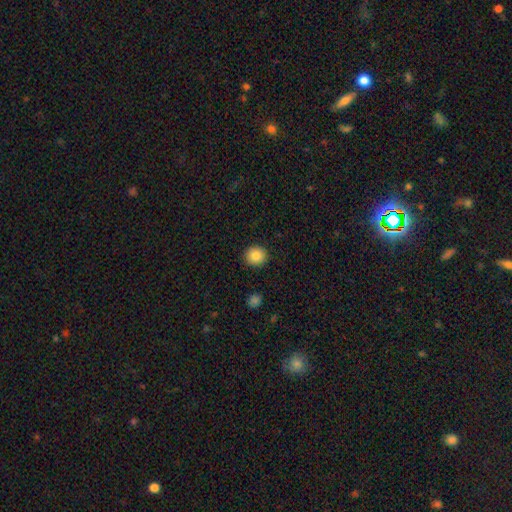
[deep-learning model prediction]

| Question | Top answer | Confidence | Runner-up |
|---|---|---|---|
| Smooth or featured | smooth | 85% | star or artifact (9%) |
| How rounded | round | 89% | in between (10%) |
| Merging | none | 92% | minor disturbance (5%) |